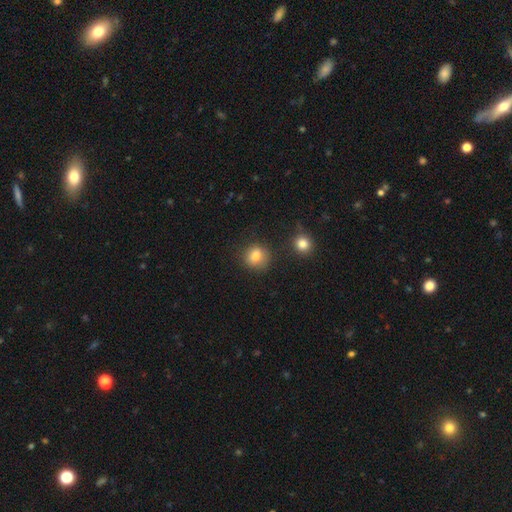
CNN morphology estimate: Smooth or featured? Predicted: smooth (p=0.83). How rounded? Predicted: round (p=0.83). Merging? Predicted: none (p=0.80).